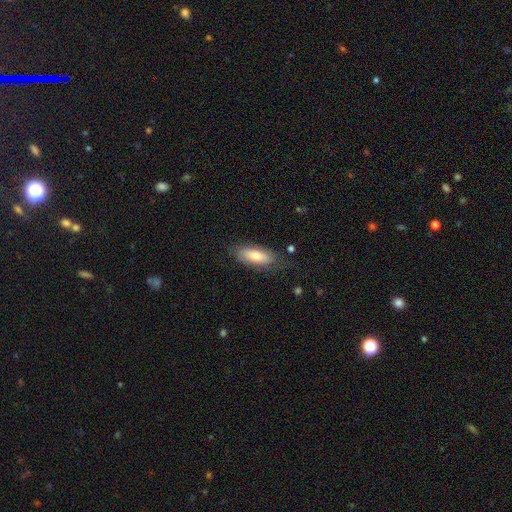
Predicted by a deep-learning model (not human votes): Smooth or featured?
  - smooth: 72% *
  - featured or disk: 22%
  - star or artifact: 6%
How rounded?
  - in between: 78% *
  - cigar-shaped: 20%
  - round: 2%
Merging?
  - none: 69% *
  - minor disturbance: 22%
  - major disturbance: 8%
  - merger: 2%